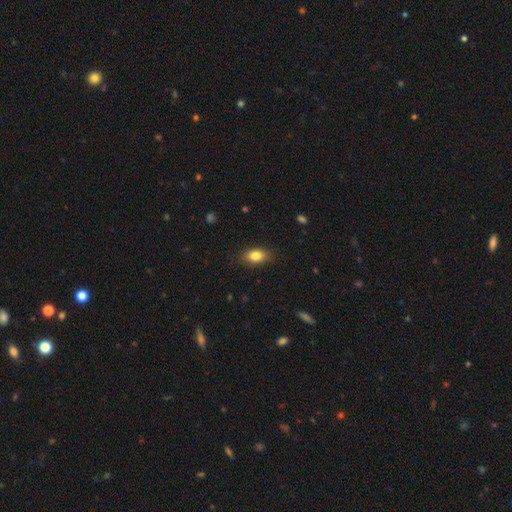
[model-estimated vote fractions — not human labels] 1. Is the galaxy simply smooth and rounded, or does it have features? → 84% smooth, 8% featured or disk, 8% star or artifact.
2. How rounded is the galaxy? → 86% in between, 9% round, 4% cigar-shaped.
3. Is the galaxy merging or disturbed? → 84% none, 12% minor disturbance, 3% major disturbance, 1% merger.